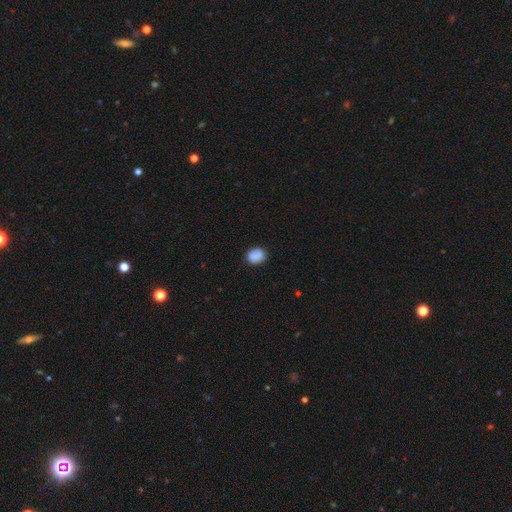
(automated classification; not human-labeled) Smooth or featured? Predicted: smooth (p=0.85). How rounded? Predicted: round (p=0.59). Merging? Predicted: none (p=0.80).